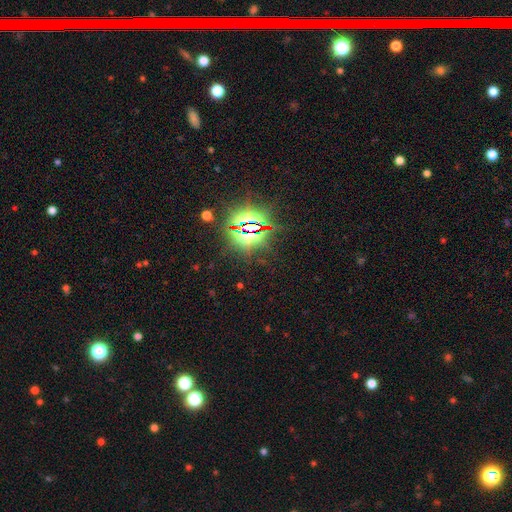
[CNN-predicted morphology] Overall: star or artifact (82%).